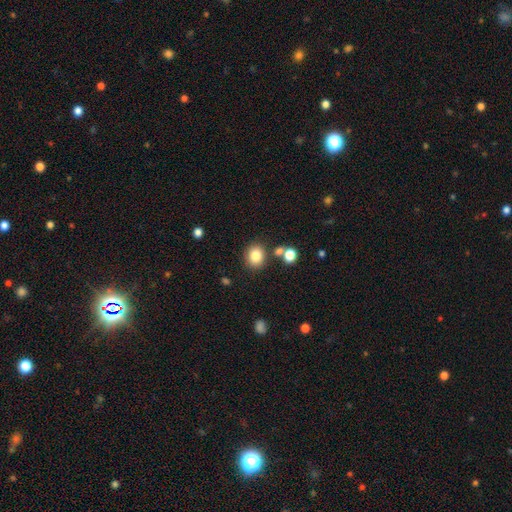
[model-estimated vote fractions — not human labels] Smooth or featured?
  - smooth: 82% *
  - star or artifact: 11%
  - featured or disk: 7%
How rounded?
  - round: 76% *
  - in between: 23%
  - cigar-shaped: 1%
Merging?
  - none: 80% *
  - minor disturbance: 9%
  - merger: 8%
  - major disturbance: 3%